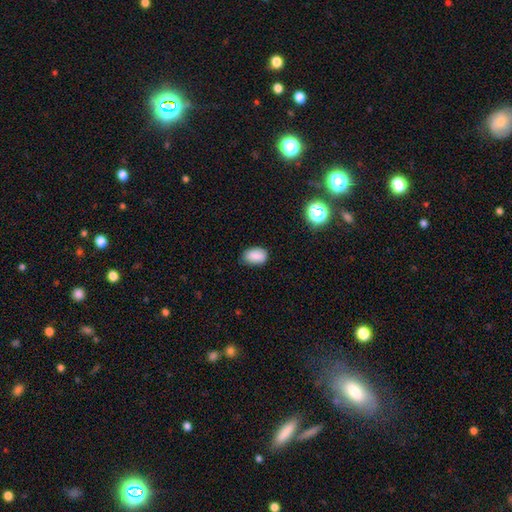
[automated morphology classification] This is clearly a smooth galaxy (87%). How rounded: clearly in between (88%). Merging: likely none (77%).